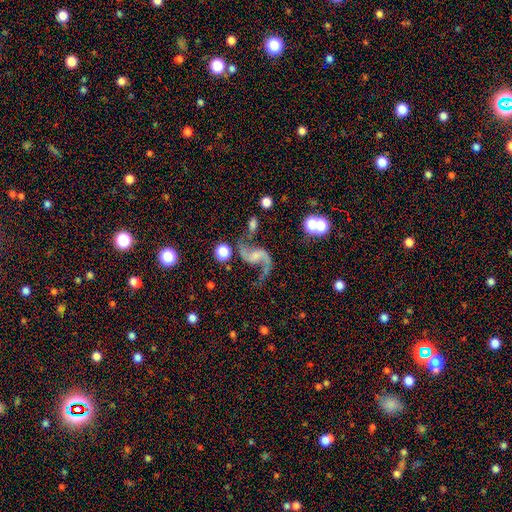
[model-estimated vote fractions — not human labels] Smooth or featured: featured or disk — 89% (star or artifact — 6%)
Edge-on disk: no — 98% (yes — 2%)
Bar: no — 43% (weak — 39%)
Spiral arms: yes — 97% (no — 3%)
Spiral winding: loose — 81% (medium — 16%)
Spiral arm count: 2 — 93% (1 — 3%)
Bulge size: small — 40% (none — 33%)
Merging: none — 64% (minor disturbance — 16%)